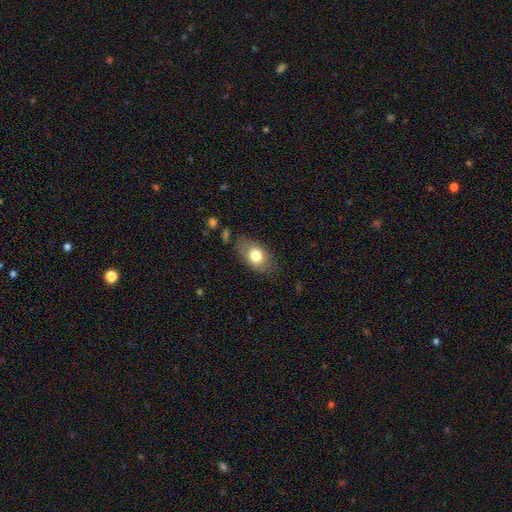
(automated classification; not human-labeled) smooth-or-featured: smooth: 74% | featured or disk: 19% | star or artifact: 7%
  how-rounded: in between: 85% | round: 13% | cigar-shaped: 2%
  merging: none: 75% | minor disturbance: 17% | major disturbance: 5% | merger: 2%